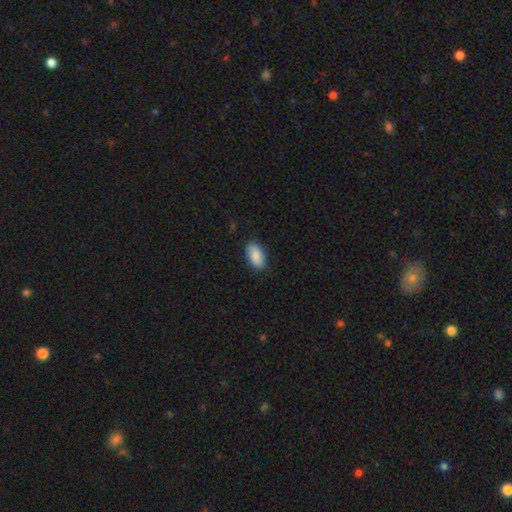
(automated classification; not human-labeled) A smooth galaxy with no disk features (84%) that is in between round and cigar-shaped (93%).

Vote fractions:
- Smooth or featured? smooth: 84% / featured or disk: 9% / star or artifact: 6%
- How rounded? in between: 93% / round: 4% / cigar-shaped: 3%
- Merging? none: 85% / minor disturbance: 12% / major disturbance: 2% / merger: 1%